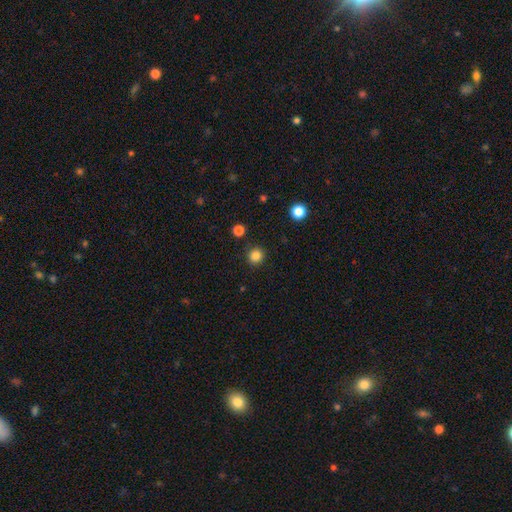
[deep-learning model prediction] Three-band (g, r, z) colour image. It shows a smooth galaxy with no disk features (84%) that is round (93%). Merging: none (91%).